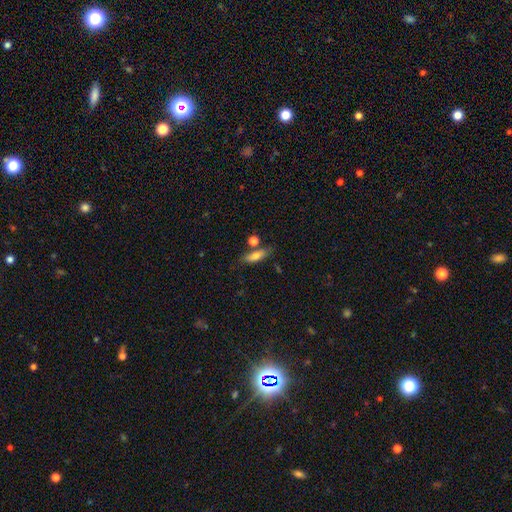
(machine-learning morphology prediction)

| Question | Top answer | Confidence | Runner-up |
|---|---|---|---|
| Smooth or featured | smooth | 72% | featured or disk (21%) |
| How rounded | in between | 55% | cigar-shaped (41%) |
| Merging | none | 67% | minor disturbance (15%) |